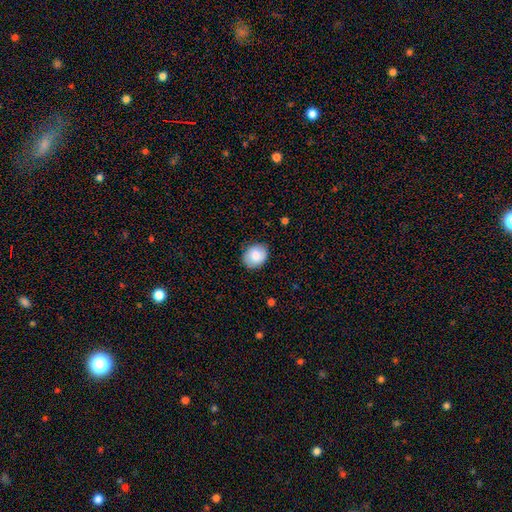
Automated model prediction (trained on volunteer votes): Smooth or featured? smooth (84%)
How rounded? round (58%)
Merging? none (86%)